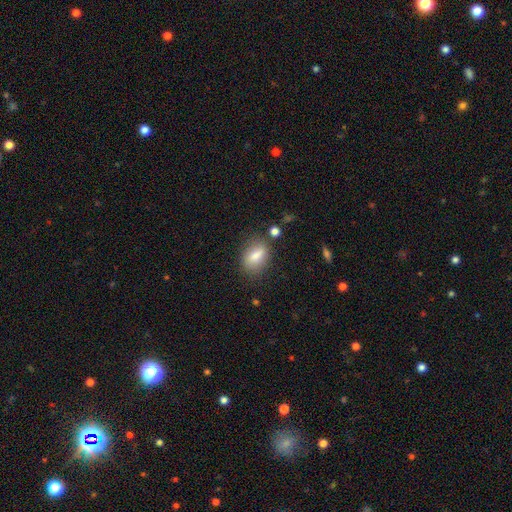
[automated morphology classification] Smooth or featured? smooth (79%)
How rounded? in between (80%)
Merging? none (73%)